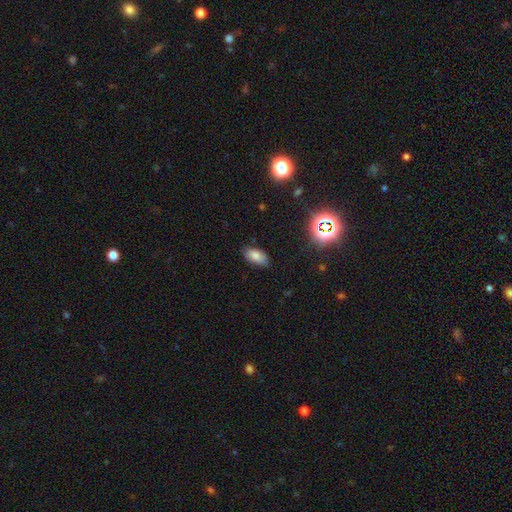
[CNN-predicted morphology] Overall: smooth (79%). How rounded: in between (92%). Merging: none (82%).